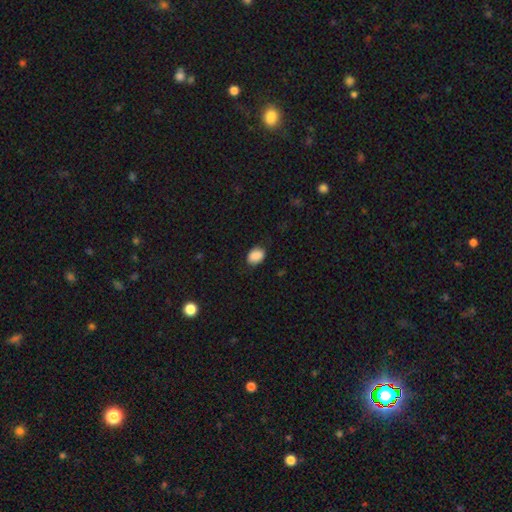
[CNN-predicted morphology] smooth-or-featured: smooth: 88% | star or artifact: 8% | featured or disk: 4%
  how-rounded: in between: 75% | round: 24% | cigar-shaped: 1%
  merging: none: 77% | minor disturbance: 18% | major disturbance: 4% | merger: 1%